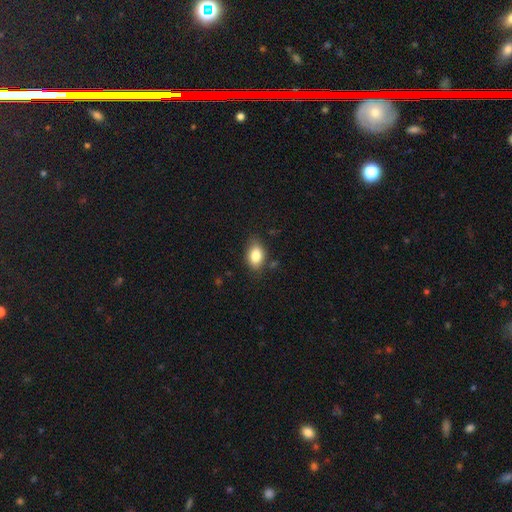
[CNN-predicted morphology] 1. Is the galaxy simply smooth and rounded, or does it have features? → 84% smooth, 8% featured or disk, 8% star or artifact.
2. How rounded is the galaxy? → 85% in between, 14% round, 2% cigar-shaped.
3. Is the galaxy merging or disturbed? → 78% none, 16% minor disturbance, 3% major disturbance, 2% merger.